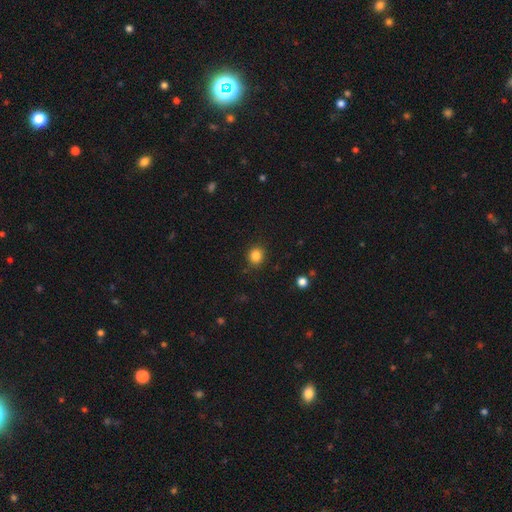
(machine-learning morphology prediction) A smooth galaxy with no disk features (84%) that is round (84%). Merging: none (87%).